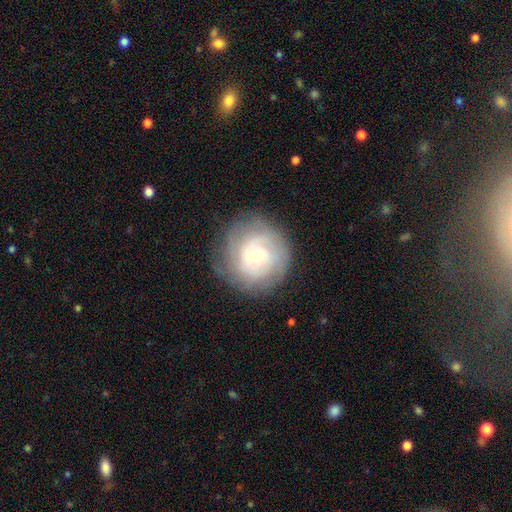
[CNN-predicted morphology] This appears to be a featured or disk galaxy (62%) with no bar (61%), spiral arms (80%) and a moderate central bulge (57%). Merging: none (77%).